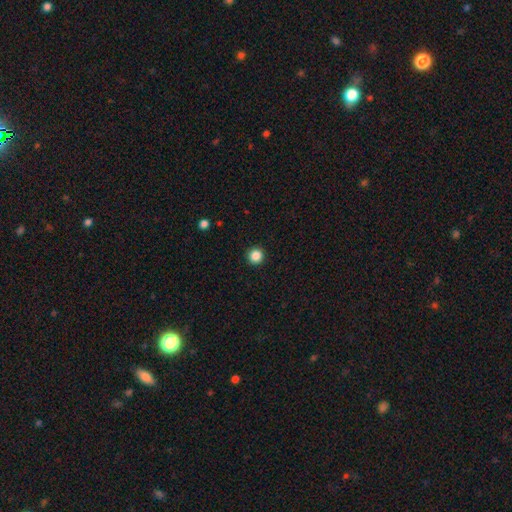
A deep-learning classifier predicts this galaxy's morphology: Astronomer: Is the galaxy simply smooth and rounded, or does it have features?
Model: smooth — 86%.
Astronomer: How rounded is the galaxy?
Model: round — 96%.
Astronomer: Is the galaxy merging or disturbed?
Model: none — 93%.